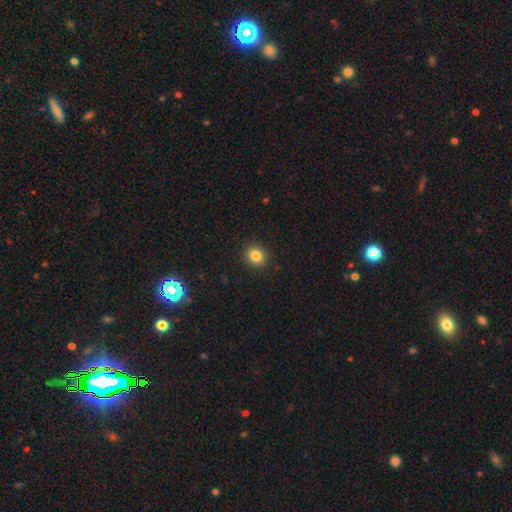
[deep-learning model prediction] Smooth or featured? smooth (83%)
How rounded? round (78%)
Merging? none (91%)